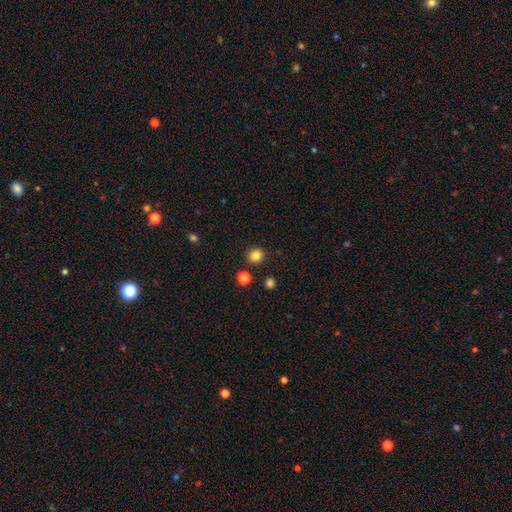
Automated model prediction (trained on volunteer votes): Smooth or featured?
  - smooth: 83% *
  - star or artifact: 13%
  - featured or disk: 4%
How rounded?
  - round: 88% *
  - in between: 12%
  - cigar-shaped: 1%
Merging?
  - none: 89% *
  - minor disturbance: 6%
  - merger: 3%
  - major disturbance: 2%